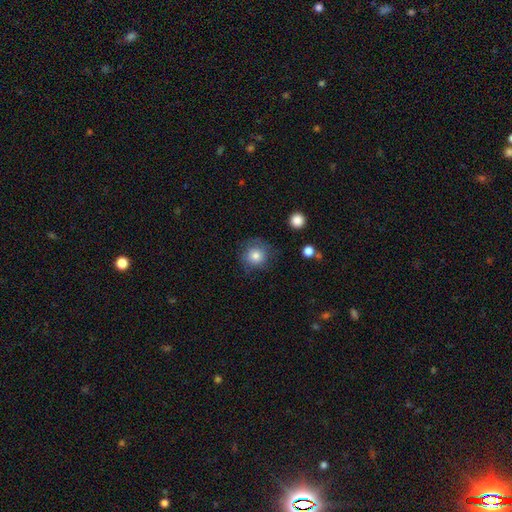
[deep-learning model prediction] Overall: smooth (78%). How rounded: round (91%). Merging: none (74%).